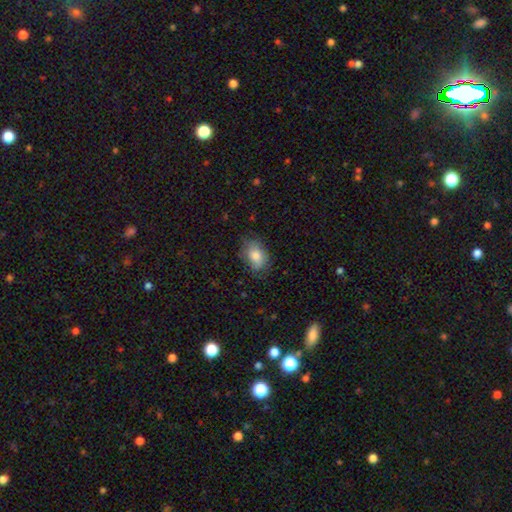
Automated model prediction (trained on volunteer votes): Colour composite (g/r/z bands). It shows a smooth galaxy with no disk features (78%) that is in between round and cigar-shaped (80%). Merging: none (67%).